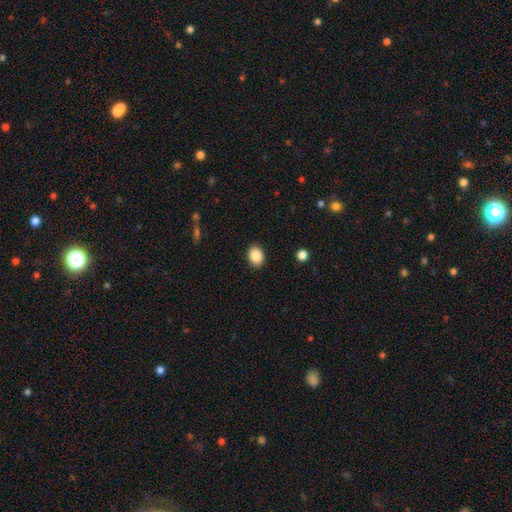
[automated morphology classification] Overall: smooth (87%). How rounded: in between (64%; round 35%). Merging: none (90%).